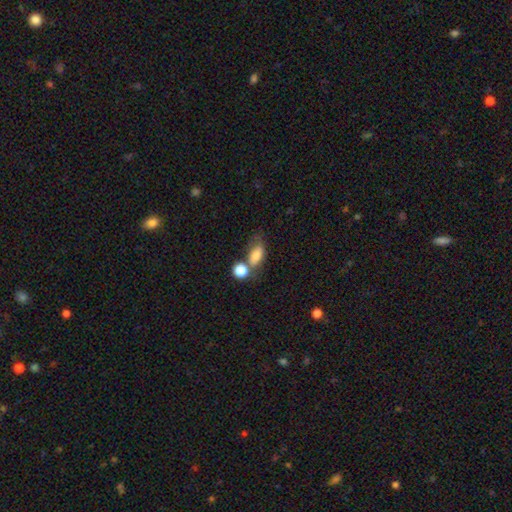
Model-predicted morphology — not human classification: Smooth or featured? Predicted: smooth (p=0.76). How rounded? Predicted: in between (p=0.80). Merging? Predicted: none (p=0.37).